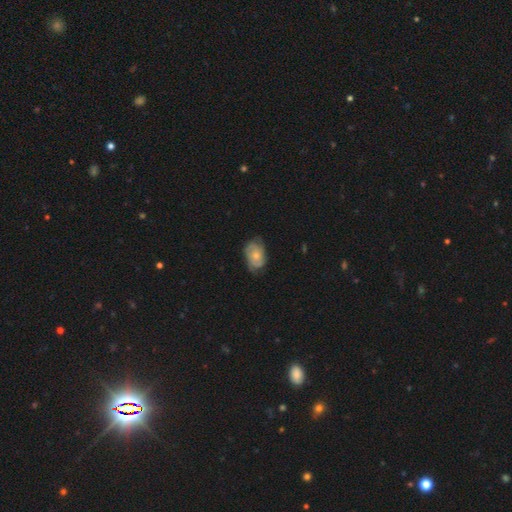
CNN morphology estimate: A featured or disk galaxy (51%).

Vote fractions:
- Smooth or featured? featured or disk: 51% / smooth: 42% / star or artifact: 7%
- Edge-on disk? no: 96% / yes: 4%
- Merging? none: 62% / minor disturbance: 28% / major disturbance: 9% / merger: 1%